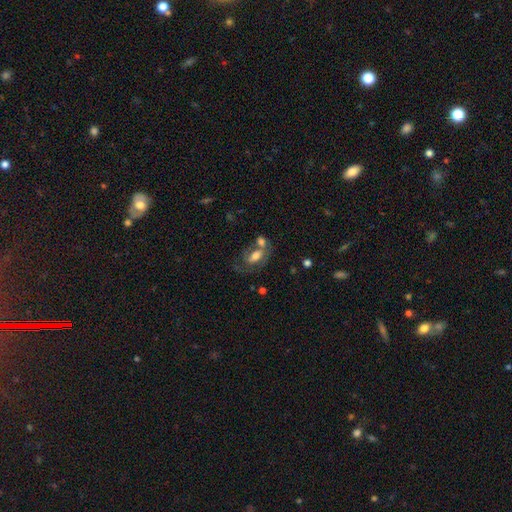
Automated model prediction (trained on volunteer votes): A smooth galaxy with no disk features (49%).

Vote fractions:
- Smooth or featured? smooth: 49% / featured or disk: 43% / star or artifact: 9%
- Merging? merger: 39% / none: 33% / minor disturbance: 15% / major disturbance: 13%